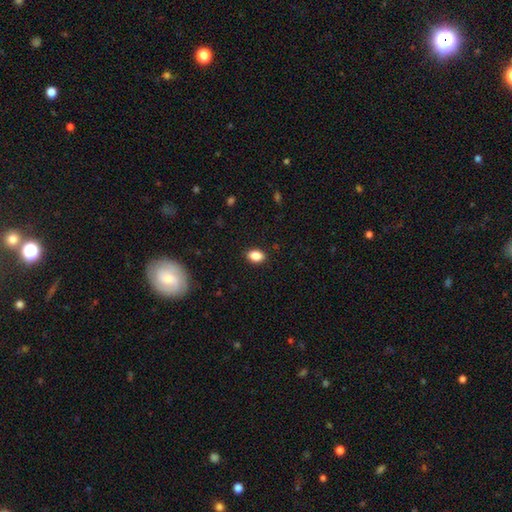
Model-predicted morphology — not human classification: This appears to be a smooth galaxy with no disk features (87%) that is in between round and cigar-shaped (82%). Merging: none (89%).